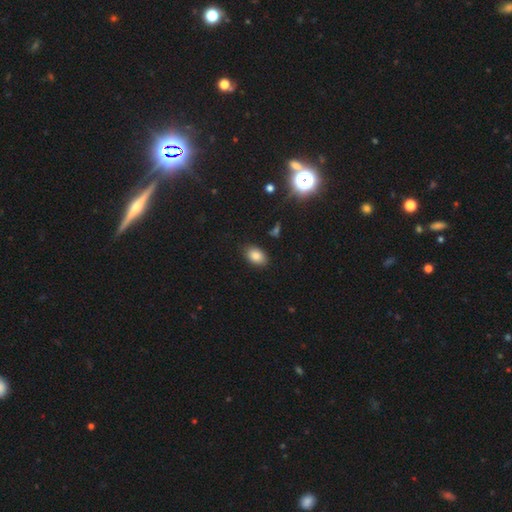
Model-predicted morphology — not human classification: smooth 84%, star or artifact 10%, featured or disk 7%. Down the decision tree: how rounded — in between (87%); merging — none (85%).